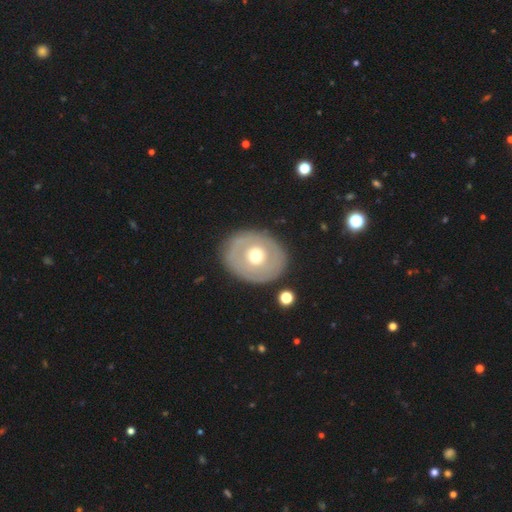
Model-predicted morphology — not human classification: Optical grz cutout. It shows a featured or disk galaxy (50%). Merging: none (83%).